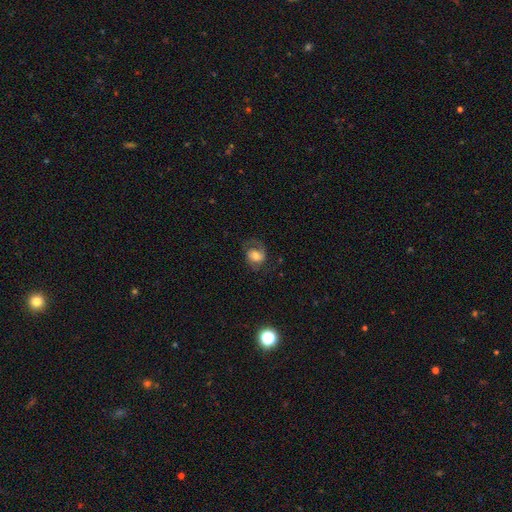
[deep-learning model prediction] featured or disk 52%, smooth 39%, star or artifact 9%. Down the decision tree: edge-on disk — no (97%); bar — no (57%); spiral arms — yes (85%); bulge size — moderate (47%); merging — none (57%).